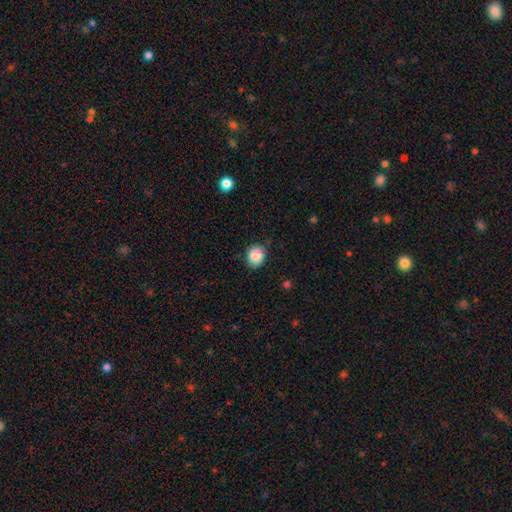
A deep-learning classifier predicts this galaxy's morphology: Smooth or featured? smooth (86%)
How rounded? round (67%)
Merging? none (84%)